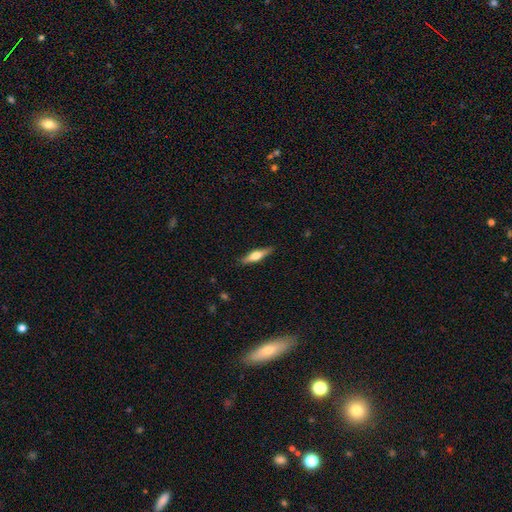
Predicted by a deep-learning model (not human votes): Smooth or featured?
  - featured or disk: 51% *
  - smooth: 43%
  - star or artifact: 6%
Edge-on disk?
  - yes: 95% *
  - no: 5%
Merging?
  - none: 88% *
  - minor disturbance: 9%
  - major disturbance: 2%
  - merger: 1%